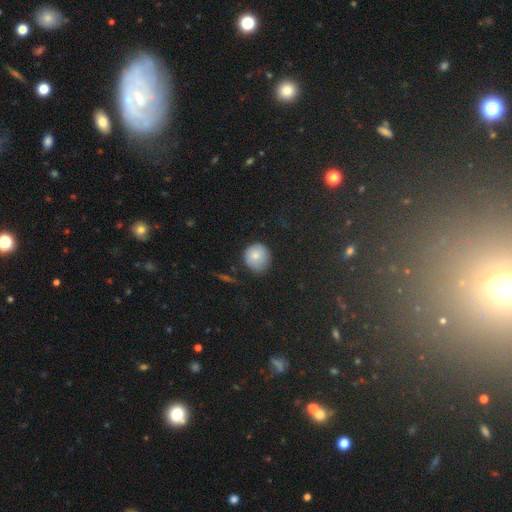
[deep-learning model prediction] Q: Smooth or featured?
A: smooth (79%); runner-up: featured or disk (11%)
Q: How rounded?
A: round (85%); runner-up: in between (14%)
Q: Merging?
A: none (68%); runner-up: minor disturbance (24%)